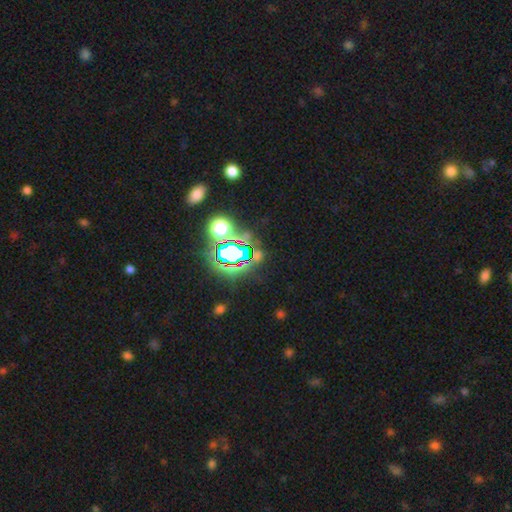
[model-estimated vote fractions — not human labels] Smooth or featured? Predicted: star or artifact (p=0.71).